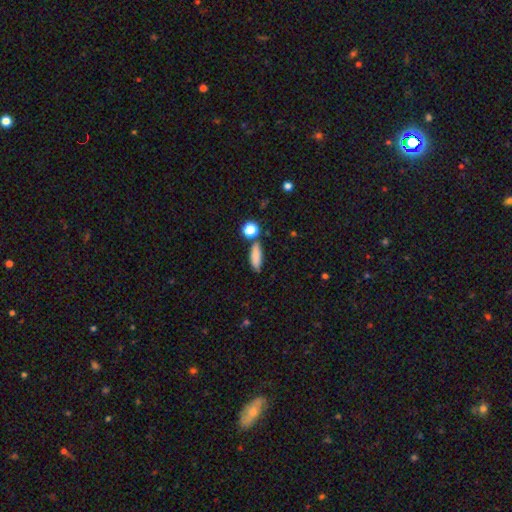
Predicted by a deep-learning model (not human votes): Smooth or featured: smooth — 84% (star or artifact — 8%)
How rounded: in between — 58% (cigar-shaped — 36%)
Merging: none — 73% (minor disturbance — 14%)